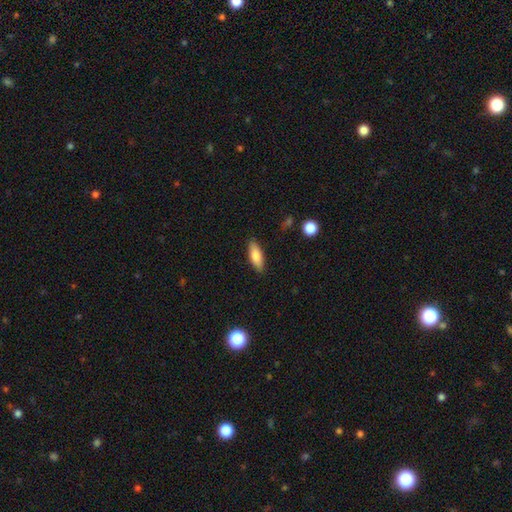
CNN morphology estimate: smooth-or-featured: smooth: 81% | featured or disk: 13% | star or artifact: 6%
  how-rounded: in between: 69% | cigar-shaped: 29% | round: 2%
  merging: none: 87% | minor disturbance: 10% | major disturbance: 2% | merger: 1%